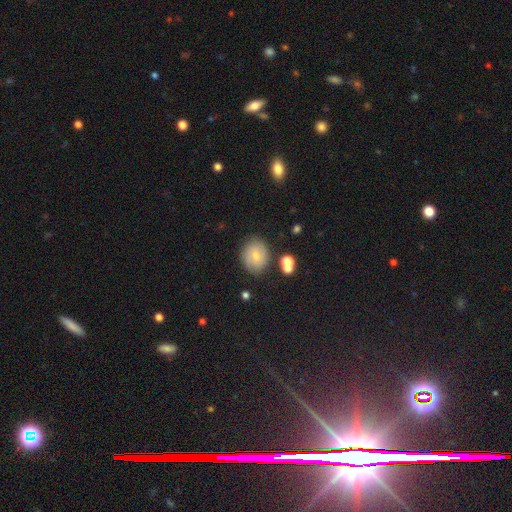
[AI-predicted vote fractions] A smooth galaxy with no disk features (58%) that is round (63%).

Vote fractions:
- Smooth or featured? smooth: 58% / featured or disk: 32% / star or artifact: 10%
- How rounded? round: 63% / in between: 36% / cigar-shaped: 1%
- Merging? none: 77% / minor disturbance: 14% / merger: 5% / major disturbance: 4%